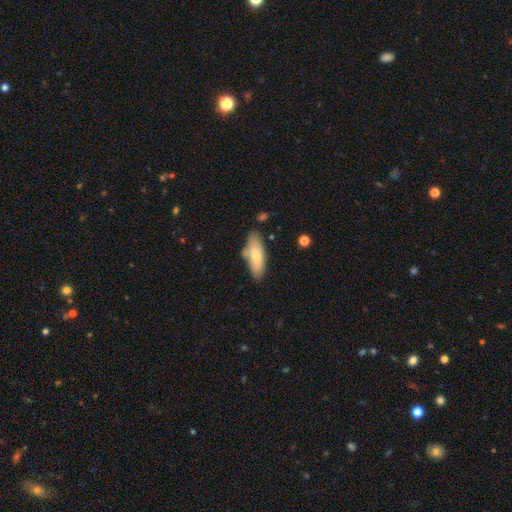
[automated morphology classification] smooth 70%, featured or disk 24%, star or artifact 6%. Down the decision tree: how rounded — in between (70%); merging — none (68%).